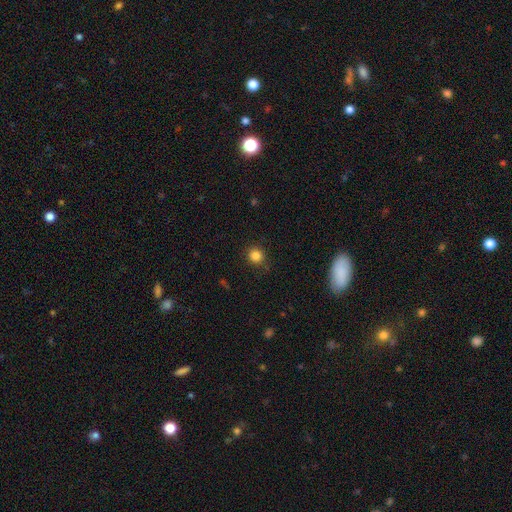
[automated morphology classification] Smooth or featured: smooth — 84% (star or artifact — 12%)
How rounded: round — 91% (in between — 8%)
Merging: none — 85% (minor disturbance — 11%)